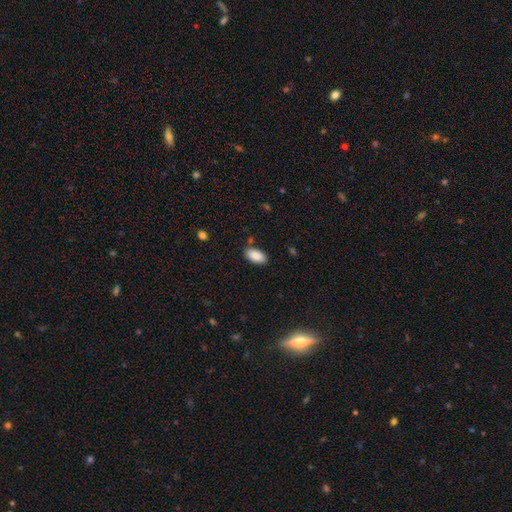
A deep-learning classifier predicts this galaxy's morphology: The model was most divided on "merging": none: 85%, minor disturbance: 10%, major disturbance: 2%, merger: 2%. More confident: how rounded — in between (94%); smooth or featured — smooth (90%).